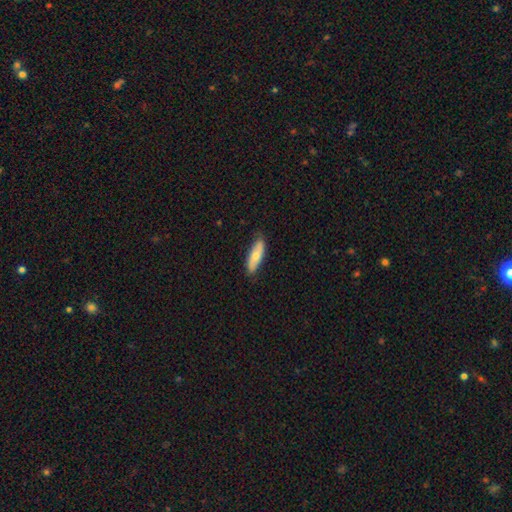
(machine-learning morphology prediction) Smooth or featured?
  - smooth: 67% *
  - featured or disk: 27%
  - star or artifact: 5%
How rounded?
  - in between: 52% *
  - cigar-shaped: 45%
  - round: 2%
Merging?
  - none: 82% *
  - minor disturbance: 15%
  - major disturbance: 2%
  - merger: 1%